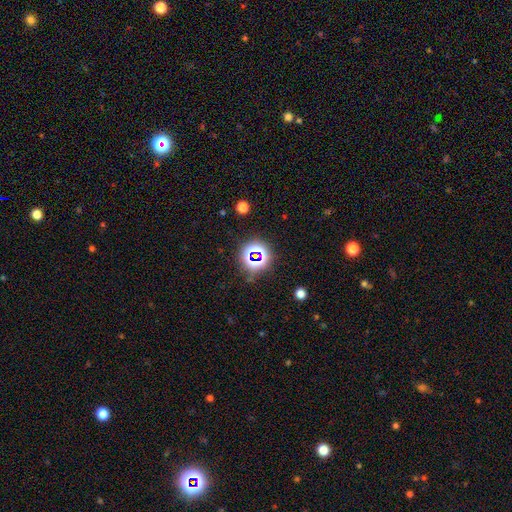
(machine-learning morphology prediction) A star or artifact, not a galaxy (69%).

Vote fractions:
- Smooth or featured? star or artifact: 69% / smooth: 22% / featured or disk: 9%